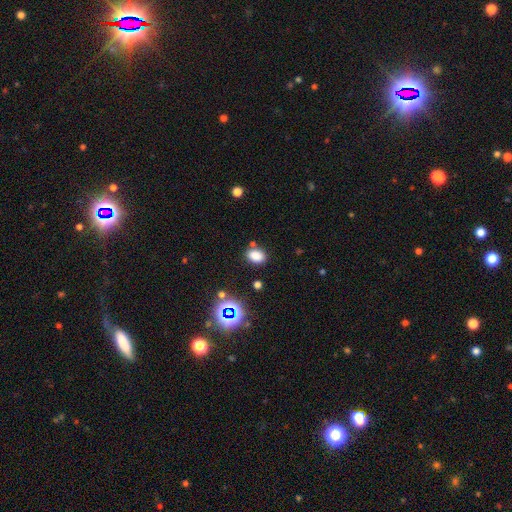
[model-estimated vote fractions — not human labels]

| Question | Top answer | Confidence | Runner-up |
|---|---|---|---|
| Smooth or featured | smooth | 79% | star or artifact (15%) |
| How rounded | in between | 76% | round (22%) |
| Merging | none | 79% | minor disturbance (12%) |